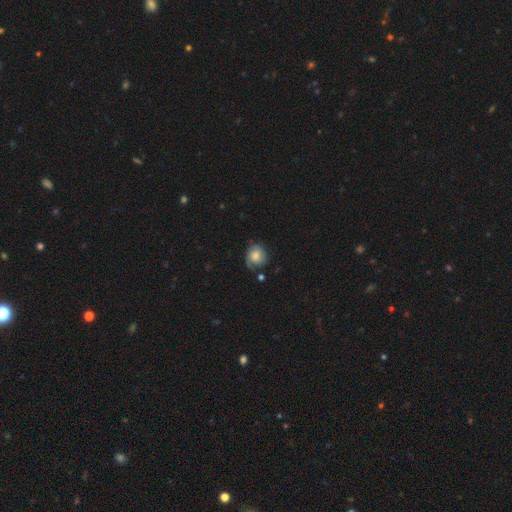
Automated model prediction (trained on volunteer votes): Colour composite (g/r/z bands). It shows a smooth galaxy with no disk features (47%). Merging: none (61%).